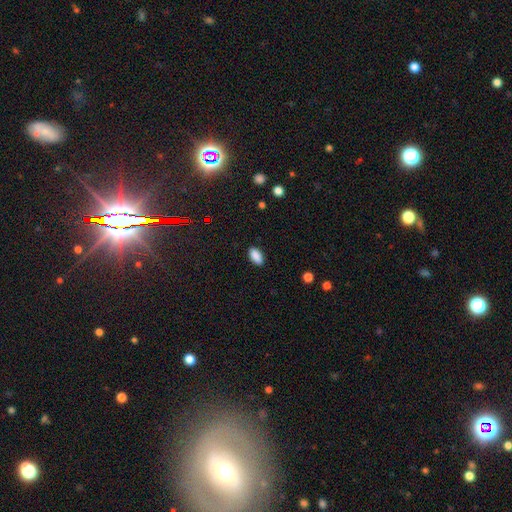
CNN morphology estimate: smooth 88%, star or artifact 8%, featured or disk 3%. Down the decision tree: how rounded — in between (92%); merging — none (88%).